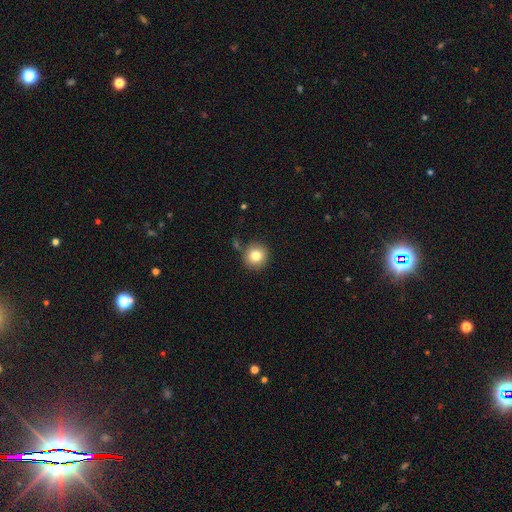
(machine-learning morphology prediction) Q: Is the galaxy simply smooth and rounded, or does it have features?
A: smooth — 81%.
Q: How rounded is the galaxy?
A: round — 93%.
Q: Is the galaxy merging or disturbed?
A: none — 82%.